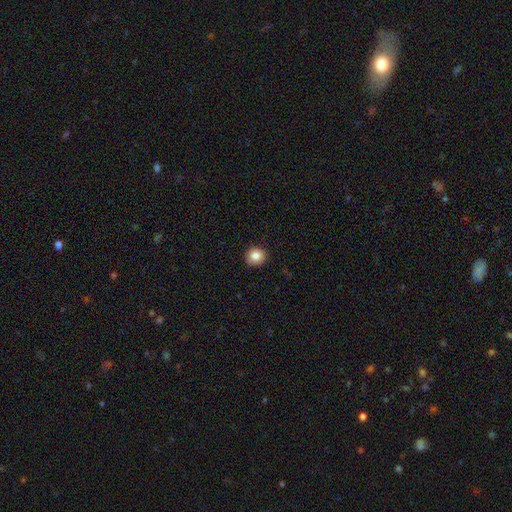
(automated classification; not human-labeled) Morphology: type=smooth (84%); roundness=round (90%); merging=none (89%).